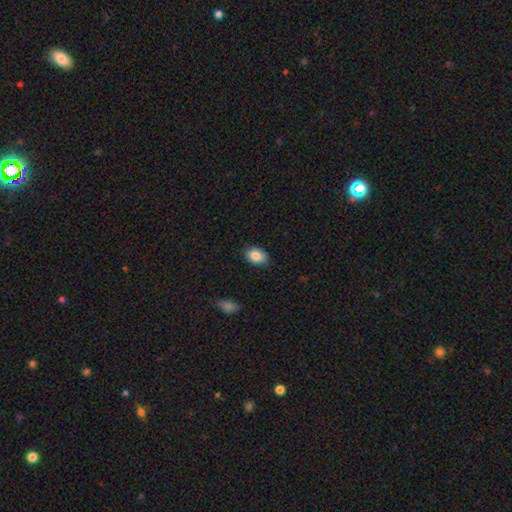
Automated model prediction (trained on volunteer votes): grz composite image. It shows a smooth galaxy with no disk features (86%) that is in between round and cigar-shaped (81%). Merging: none (85%).